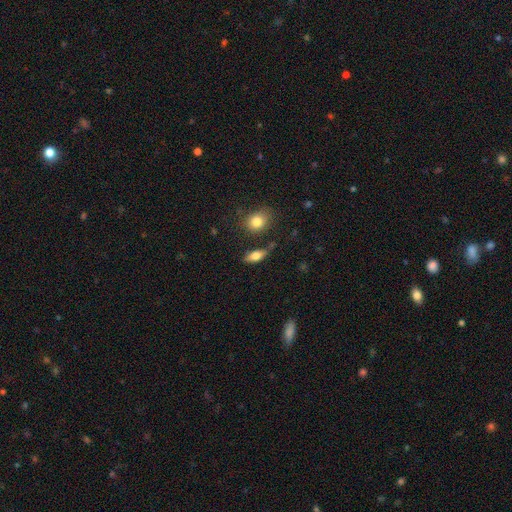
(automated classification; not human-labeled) This appears to be a smooth galaxy with no disk features (67%) that is in between round and cigar-shaped (75%). Merging: none (72%).